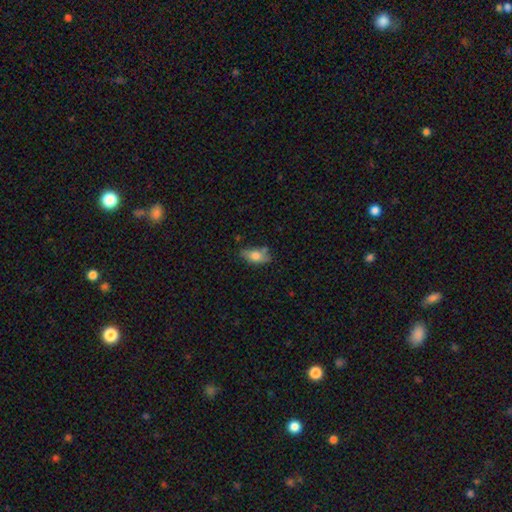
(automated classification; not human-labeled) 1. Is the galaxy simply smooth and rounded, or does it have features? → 74% smooth, 19% featured or disk, 7% star or artifact.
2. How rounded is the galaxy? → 86% in between, 9% cigar-shaped, 4% round.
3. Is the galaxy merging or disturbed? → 66% none, 22% minor disturbance, 7% merger, 5% major disturbance.